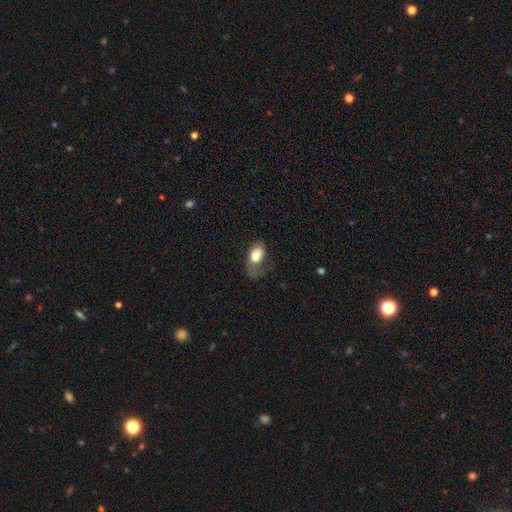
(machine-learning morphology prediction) Q: Smooth or featured?
A: smooth (73%); runner-up: featured or disk (20%)
Q: How rounded?
A: in between (87%); runner-up: round (11%)
Q: Merging?
A: major disturbance (44%); runner-up: none (27%)